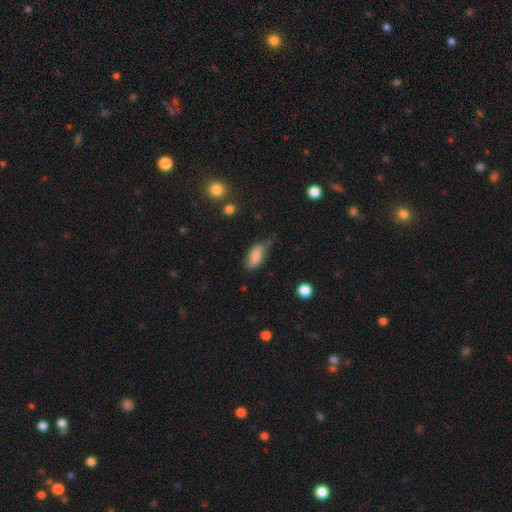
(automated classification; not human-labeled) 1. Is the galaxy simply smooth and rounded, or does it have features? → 79% smooth, 14% featured or disk, 8% star or artifact.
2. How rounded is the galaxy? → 90% in between, 7% cigar-shaped, 3% round.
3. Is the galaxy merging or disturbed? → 57% none, 32% minor disturbance, 8% major disturbance, 3% merger.